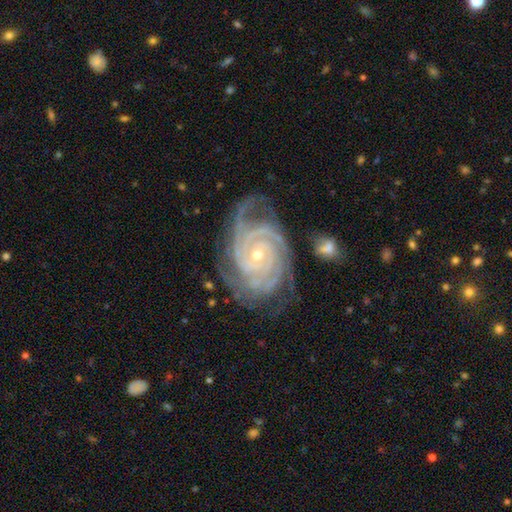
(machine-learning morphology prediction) This appears to be a featured or disk galaxy (92%) with no bar (66%), 4 (28%, tied with 3) tight (79%) spiral arms (99%) and a small central bulge (73%). Merging: none (69%).